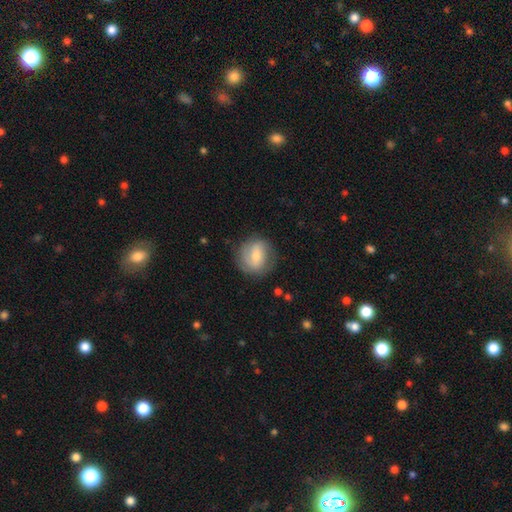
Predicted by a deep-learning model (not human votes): Smooth or featured: featured or disk — 53% (smooth — 40%)
Edge-on disk: no — 97% (yes — 3%)
Bar: weak — 48% (no — 32%)
Spiral arms: yes — 81% (no — 19%)
Bulge size: moderate — 51% (small — 40%)
Merging: none — 77% (minor disturbance — 15%)